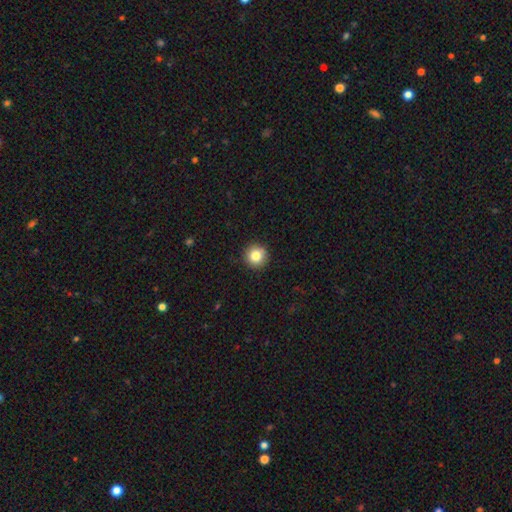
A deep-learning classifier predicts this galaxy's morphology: smooth_or_featured: smooth (p=0.83) [alt: star or artifact p=0.10]
how_rounded: round (p=0.95) [alt: in between p=0.04]
merging: none (p=0.92) [alt: minor disturbance p=0.06]